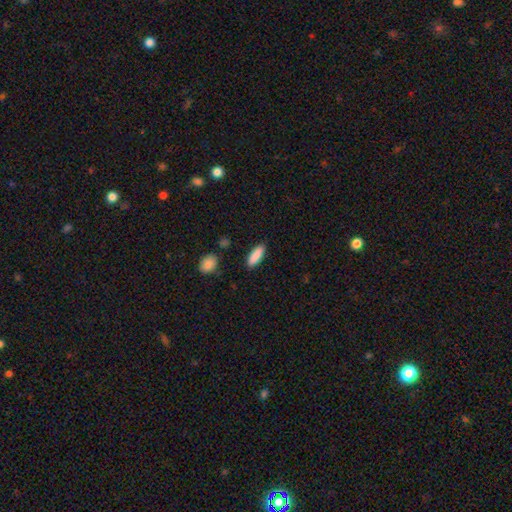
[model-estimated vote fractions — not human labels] The model was most divided on "how rounded": in between: 55%, cigar-shaped: 44%, round: 2%. More confident: smooth or featured — smooth (88%); merging — none (88%).